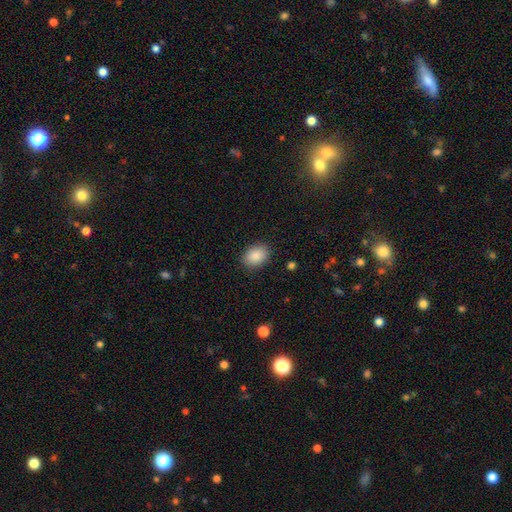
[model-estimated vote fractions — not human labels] Smooth or featured: smooth — 89% (star or artifact — 7%)
How rounded: in between — 74% (round — 25%)
Merging: none — 87% (minor disturbance — 9%)